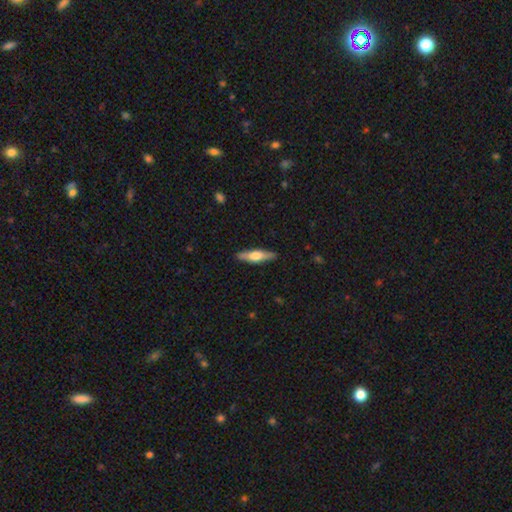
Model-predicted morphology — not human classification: This appears to be a featured or disk galaxy (51%) viewed edge-on (94%). Merging: none (89%).